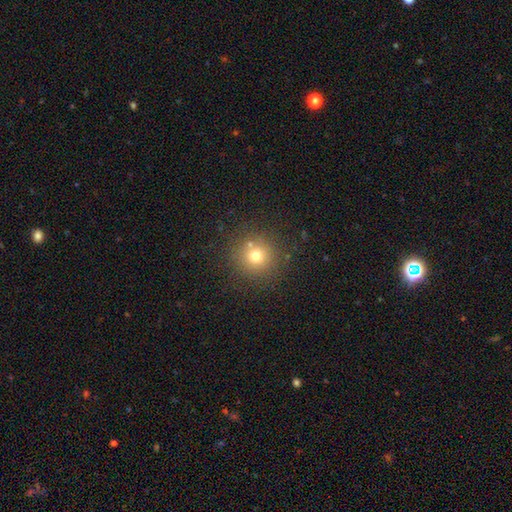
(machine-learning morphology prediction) Smooth or featured? Predicted: smooth (p=0.72). How rounded? Predicted: round (p=0.95). Merging? Predicted: none (p=0.83).